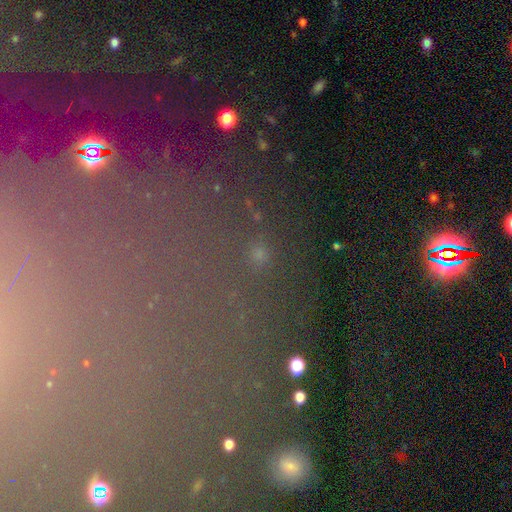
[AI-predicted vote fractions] Morphology: type=star or artifact (72%).